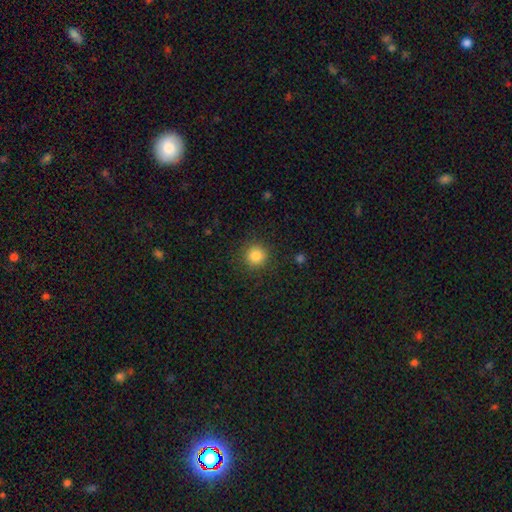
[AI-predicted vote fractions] Morphology: type=smooth (83%); roundness=round (94%); merging=none (90%).